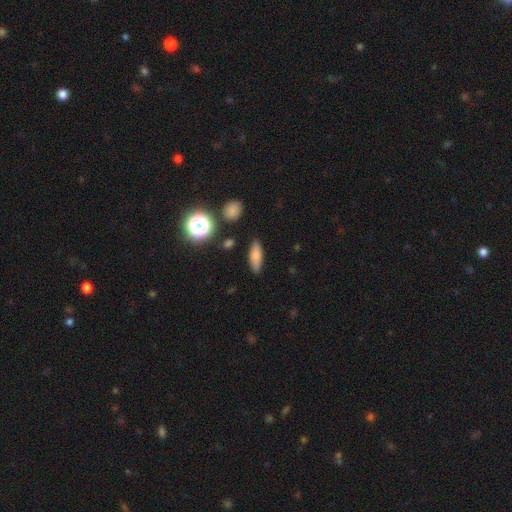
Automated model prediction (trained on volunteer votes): A smooth galaxy with no disk features (73%) that is in between round and cigar-shaped (54%).

Vote fractions:
- Smooth or featured? smooth: 73% / featured or disk: 16% / star or artifact: 11%
- How rounded? in between: 54% / cigar-shaped: 40% / round: 6%
- Merging? none: 85% / minor disturbance: 10% / major disturbance: 3% / merger: 2%